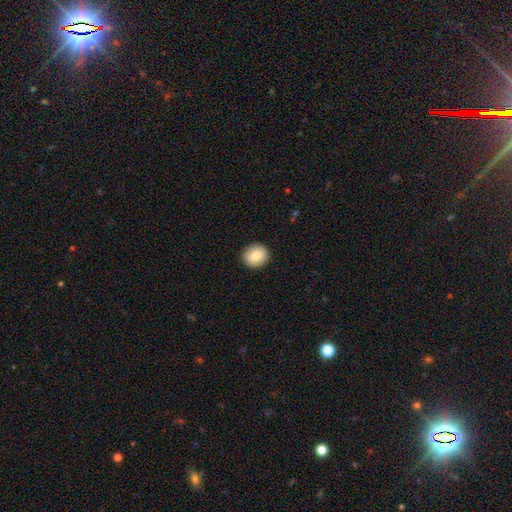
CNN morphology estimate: Overall: smooth (82%). How rounded: round (81%). Merging: none (92%).